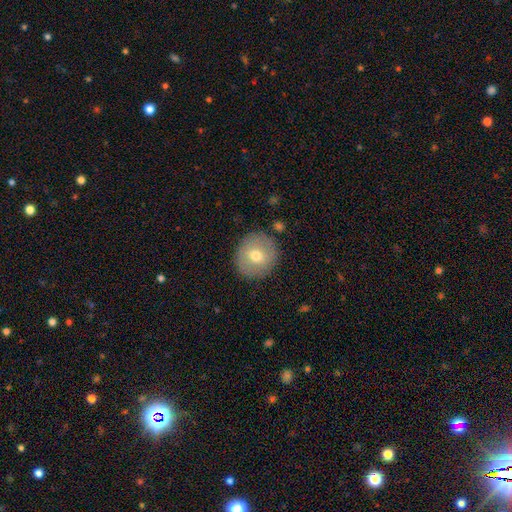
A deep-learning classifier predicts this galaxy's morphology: A smooth galaxy with no disk features (65%) that is round (90%). Merging: none (87%).